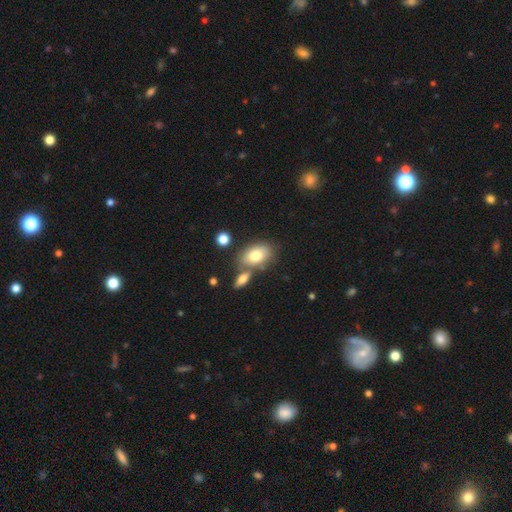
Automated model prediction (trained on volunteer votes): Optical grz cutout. It shows a smooth galaxy with no disk features (76%) that is in between round and cigar-shaped (88%). Merging: none (61%).